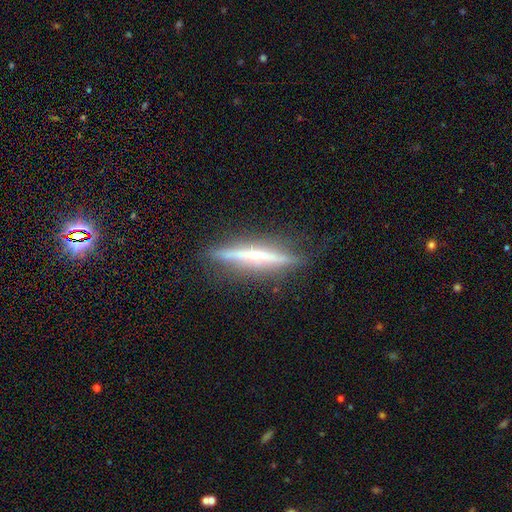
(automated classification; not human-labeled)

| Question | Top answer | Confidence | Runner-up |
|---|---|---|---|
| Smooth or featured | featured or disk | 74% | smooth (20%) |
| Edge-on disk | yes | 96% | no (4%) |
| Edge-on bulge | rounded | 49% | none (43%) |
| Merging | none | 83% | minor disturbance (13%) |